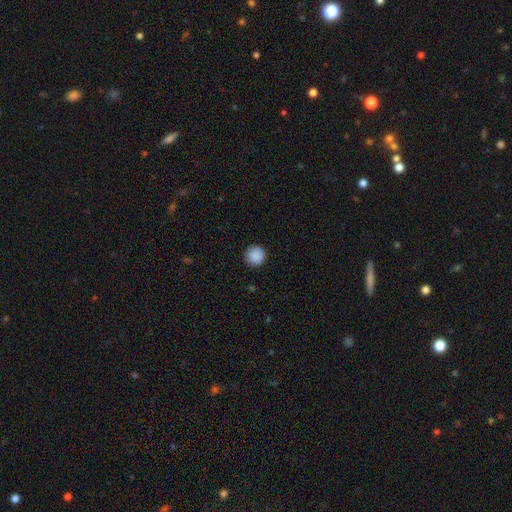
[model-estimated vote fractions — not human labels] The model was most divided on "smooth or featured": smooth: 89%, star or artifact: 8%, featured or disk: 3%. More confident: how rounded — round (95%); merging — none (91%).